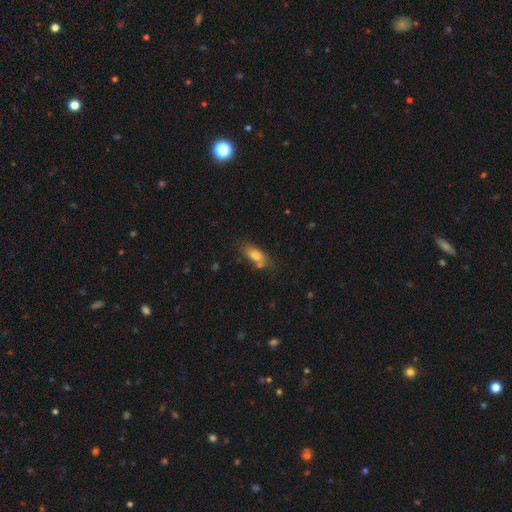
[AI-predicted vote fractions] This is likely a smooth galaxy (77%). How rounded: clearly in between (81%). Merging: possibly none (60%).